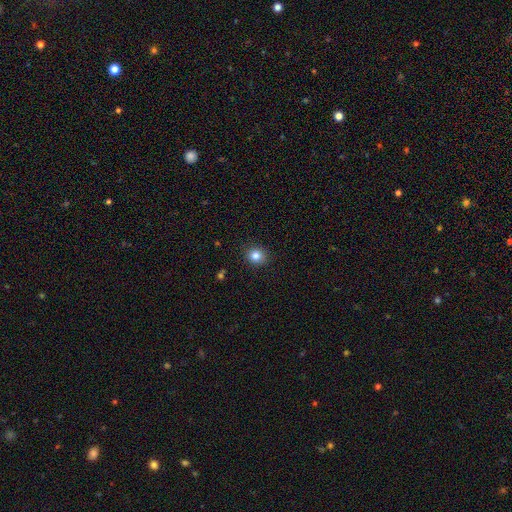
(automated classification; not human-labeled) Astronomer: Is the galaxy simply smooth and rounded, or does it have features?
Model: smooth — 84%.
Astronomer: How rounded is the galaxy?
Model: round — 78%.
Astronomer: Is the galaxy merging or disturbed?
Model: none — 90%.